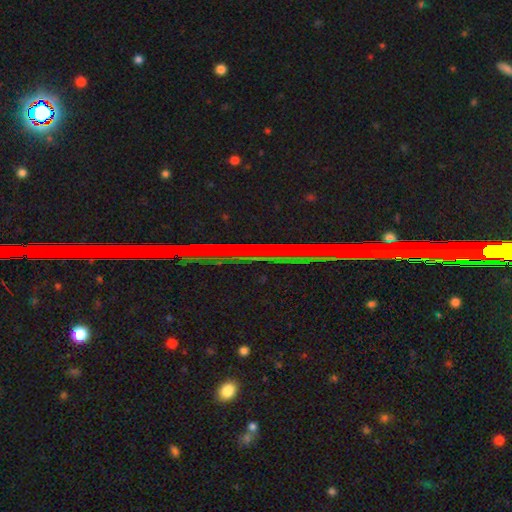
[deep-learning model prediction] A star or artifact, not a galaxy (83%).

Vote fractions:
- Smooth or featured? star or artifact: 83% / featured or disk: 10% / smooth: 7%